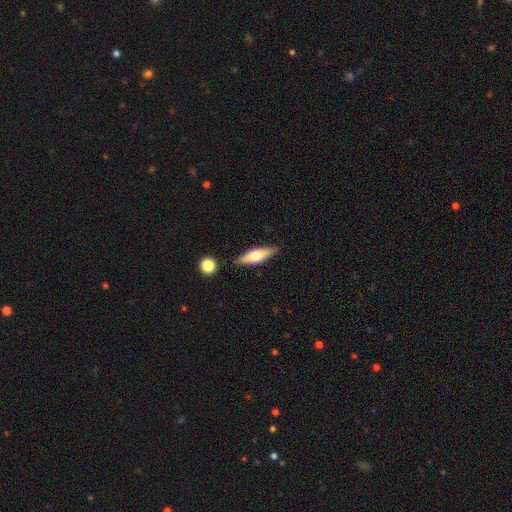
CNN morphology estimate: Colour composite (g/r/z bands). It shows a smooth galaxy with no disk features (52%) that is in between round and cigar-shaped (52%). Merging: none (84%).